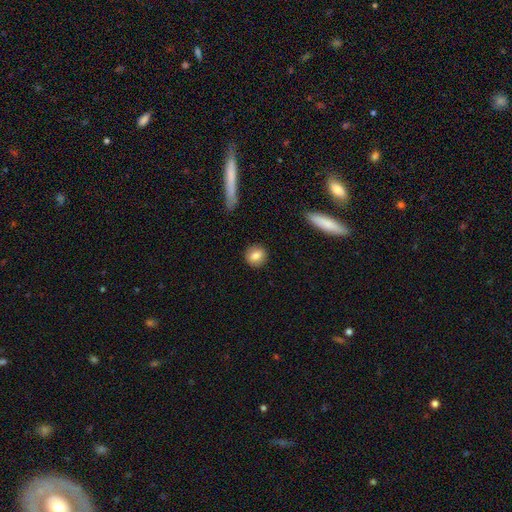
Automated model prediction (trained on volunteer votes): Smooth or featured? Predicted: smooth (p=0.79). How rounded? Predicted: round (p=0.79). Merging? Predicted: none (p=0.90).